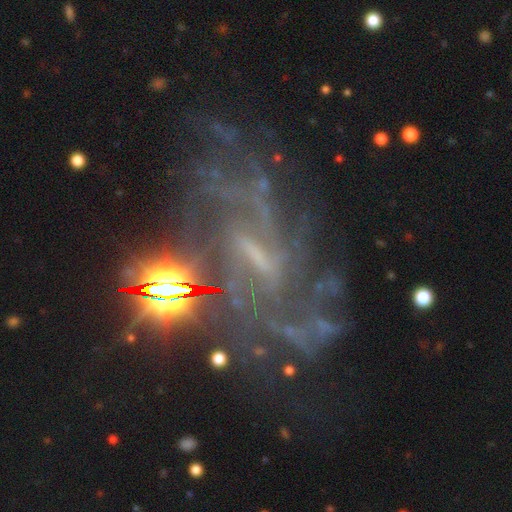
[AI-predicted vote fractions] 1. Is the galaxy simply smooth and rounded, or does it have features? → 77% featured or disk, 16% star or artifact, 7% smooth.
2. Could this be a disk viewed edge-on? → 93% no, 7% yes.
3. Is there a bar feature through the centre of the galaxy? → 45% weak, 31% strong, 24% no.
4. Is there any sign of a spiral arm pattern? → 85% yes, 15% no.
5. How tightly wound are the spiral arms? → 42% medium, 34% tight, 25% loose.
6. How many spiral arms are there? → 48% can't tell, 19% 2, 11% 3, 9% 4, 7% more than 4, 6% 1.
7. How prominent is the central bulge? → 42% small, 34% none, 20% moderate, 2% large, 1% dominant.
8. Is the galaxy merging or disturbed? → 53% none, 24% major disturbance, 18% minor disturbance, 6% merger.